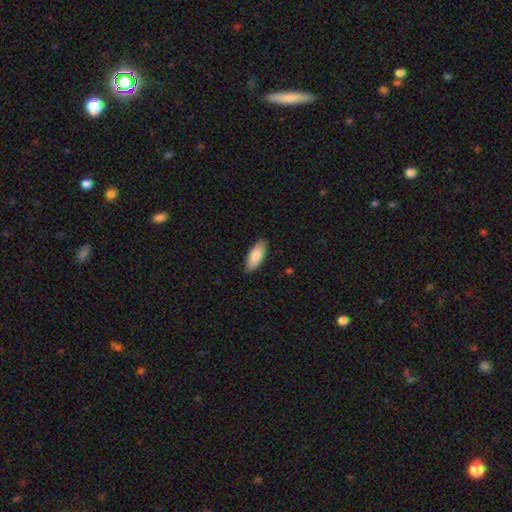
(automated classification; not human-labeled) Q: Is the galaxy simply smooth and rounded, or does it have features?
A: smooth — 87%.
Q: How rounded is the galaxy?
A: in between — 82%.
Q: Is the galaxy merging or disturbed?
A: none — 86%.